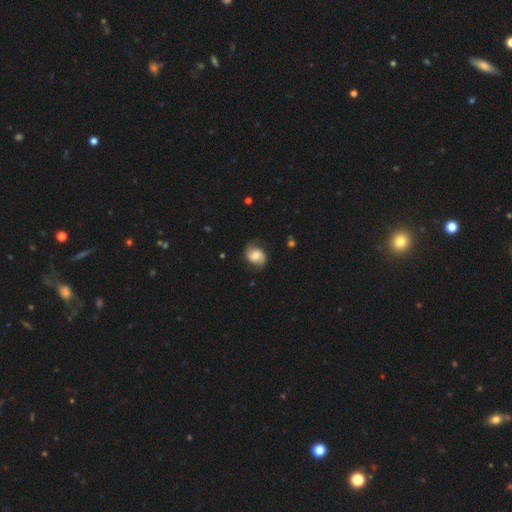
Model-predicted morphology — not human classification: This appears to be a featured or disk galaxy (61%) with no bar (60%), 2 (89%) medium (43%) spiral arms (92%) and a moderate central bulge (51%). Merging: none (75%).